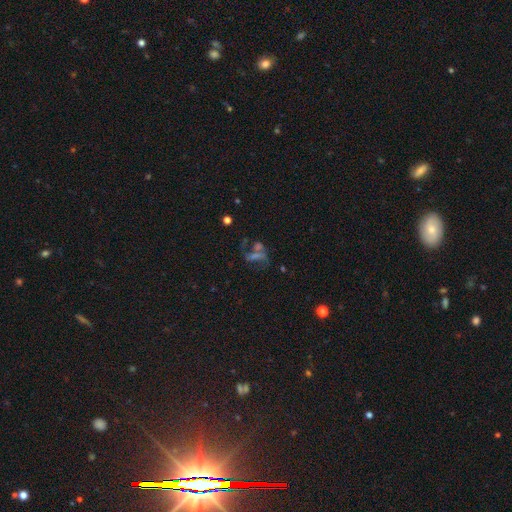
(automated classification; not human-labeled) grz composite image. It shows a featured or disk galaxy (48%). Merging: none (37%).